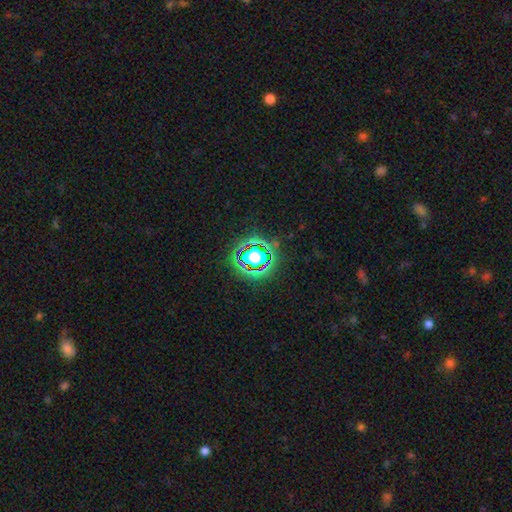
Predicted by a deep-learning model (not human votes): This appears to be a star or artifact, not a galaxy (56%).